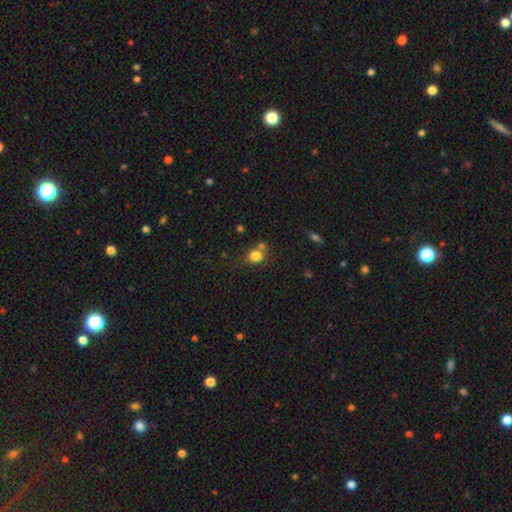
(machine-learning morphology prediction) Overall: smooth (80%). How rounded: round (68%; in between 31%). Merging: none (53%; merger 26%).